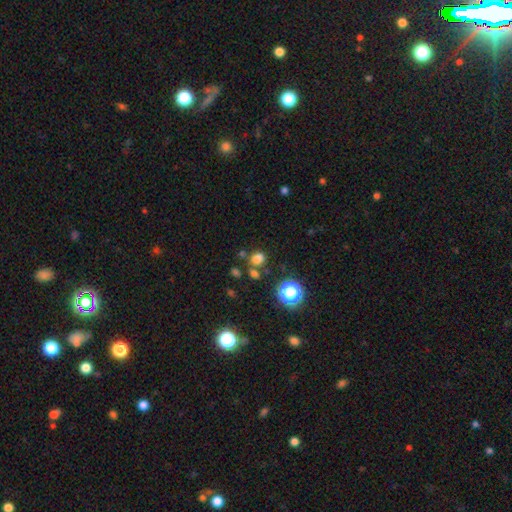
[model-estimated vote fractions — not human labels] Q: Smooth or featured?
A: star or artifact (49%); runner-up: smooth (43%)